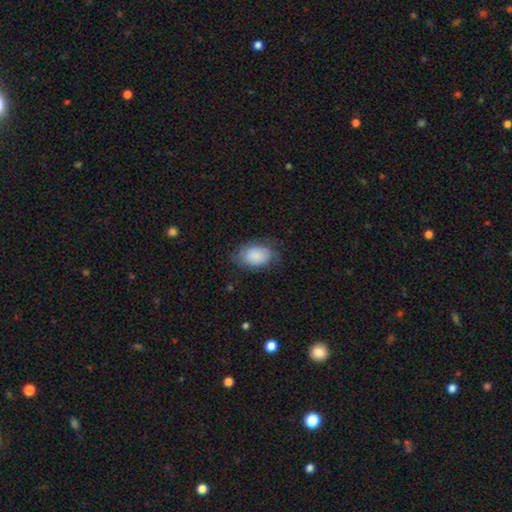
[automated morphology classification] type=smooth (76%); roundness=in between (88%); merging=none (65%).